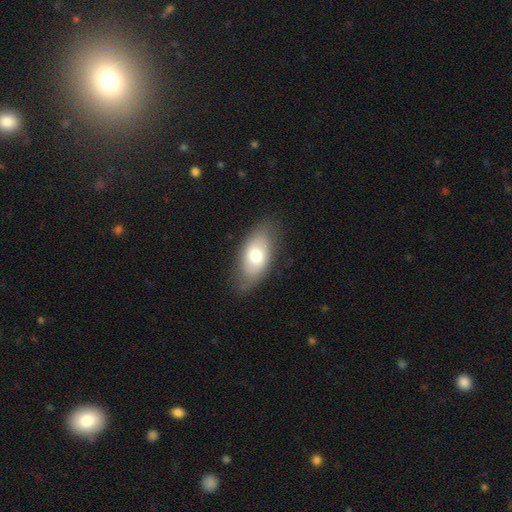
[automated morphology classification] smooth_or_featured: smooth (p=0.69) [alt: featured or disk p=0.25]
how_rounded: in between (p=0.91) [alt: round p=0.05]
merging: none (p=0.77) [alt: minor disturbance p=0.17]